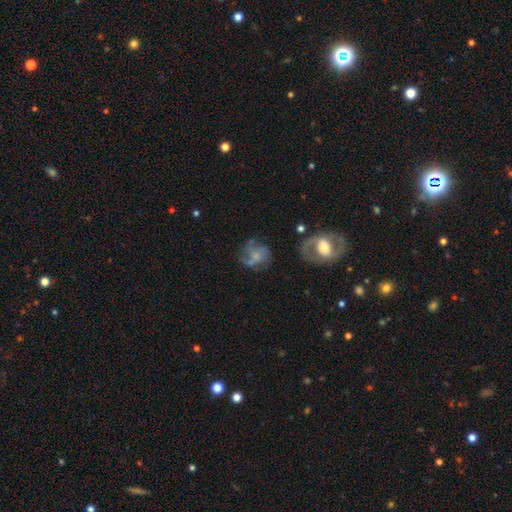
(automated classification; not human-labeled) This is possibly a featured or disk galaxy (58%). It is clearly not viewed edge-on (98%). Bar: likely no (74%). Spiral arm pattern: likely yes (74%). Central bulge: marginally small (42%). Merging: possibly none (46%).